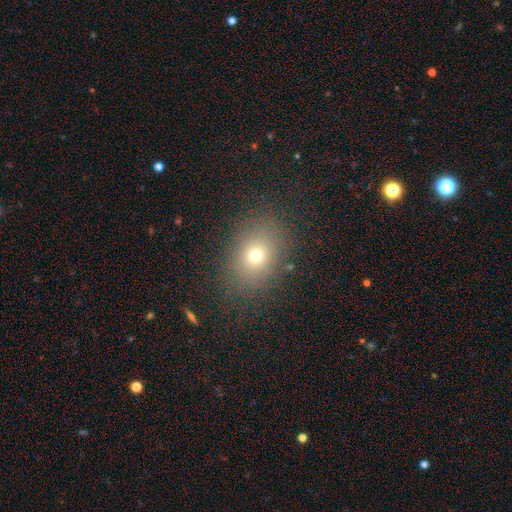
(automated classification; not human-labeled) Morphology: type=smooth (70%); roundness=in between (59%); merging=none (84%).